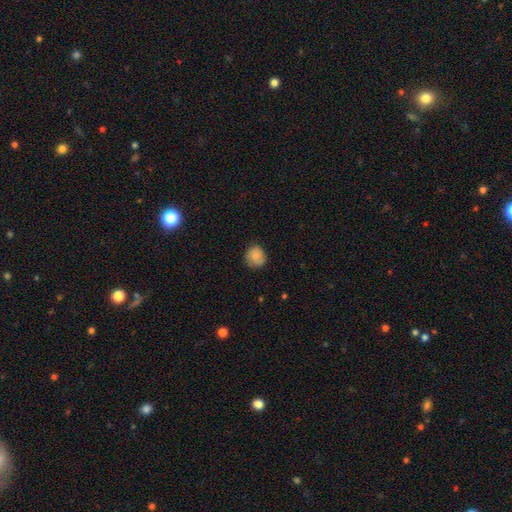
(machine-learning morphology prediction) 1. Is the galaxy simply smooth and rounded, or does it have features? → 81% smooth, 11% featured or disk, 8% star or artifact.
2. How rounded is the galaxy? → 84% round, 15% in between, 1% cigar-shaped.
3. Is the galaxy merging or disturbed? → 76% none, 19% minor disturbance, 4% major disturbance, 1% merger.